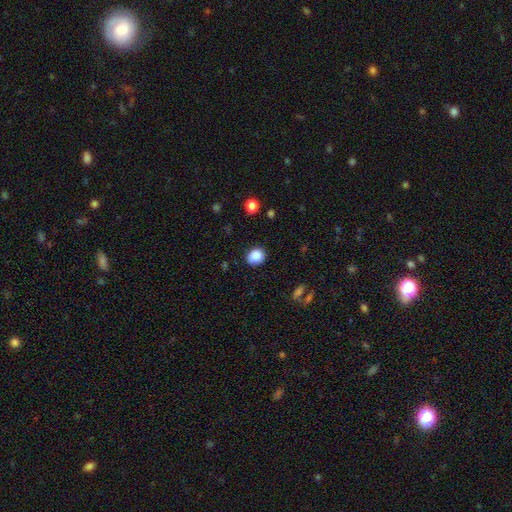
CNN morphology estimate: type=smooth (87%); roundness=round (69%); merging=none (84%).